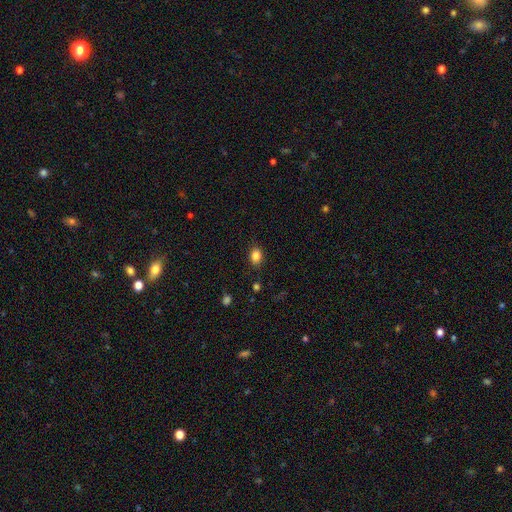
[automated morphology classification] Q: Smooth or featured?
A: smooth (85%); runner-up: star or artifact (11%)
Q: How rounded?
A: in between (63%); runner-up: round (36%)
Q: Merging?
A: none (85%); runner-up: minor disturbance (11%)